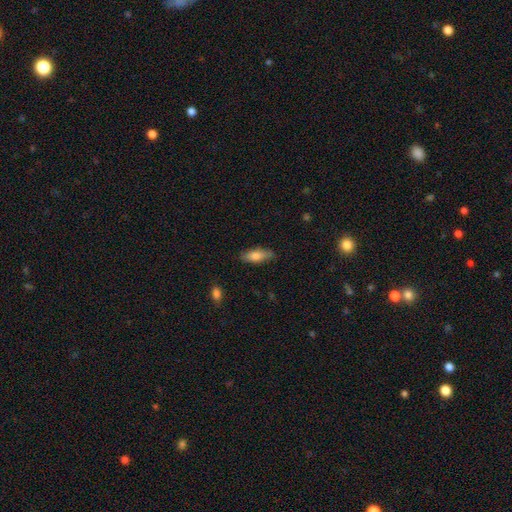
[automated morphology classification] Smooth or featured? smooth (73%)
How rounded? in between (63%)
Merging? none (83%)